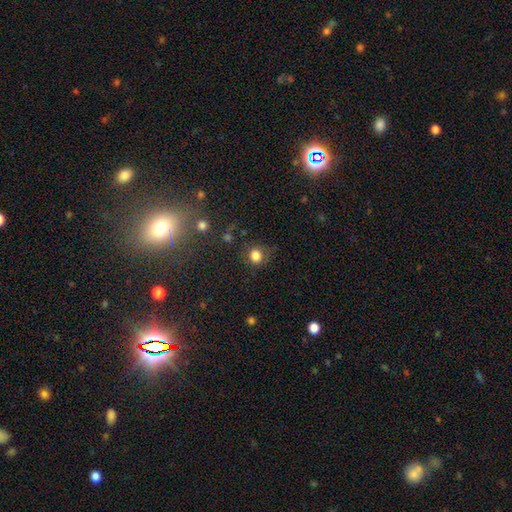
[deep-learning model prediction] Smooth or featured?
  - smooth: 82% *
  - star or artifact: 13%
  - featured or disk: 5%
How rounded?
  - round: 80% *
  - in between: 19%
  - cigar-shaped: 1%
Merging?
  - none: 77% *
  - minor disturbance: 14%
  - major disturbance: 5%
  - merger: 3%